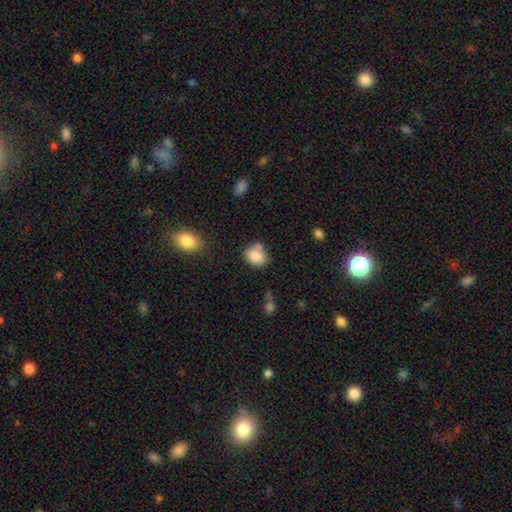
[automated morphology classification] smooth 84%, star or artifact 9%, featured or disk 7%. Down the decision tree: how rounded — in between (56%); merging — none (60%).